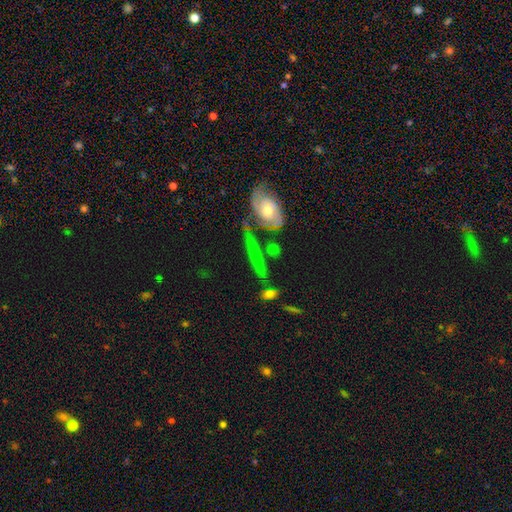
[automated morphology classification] A featured or disk galaxy (52%) viewed edge-on (58%). Merging: none (57%).